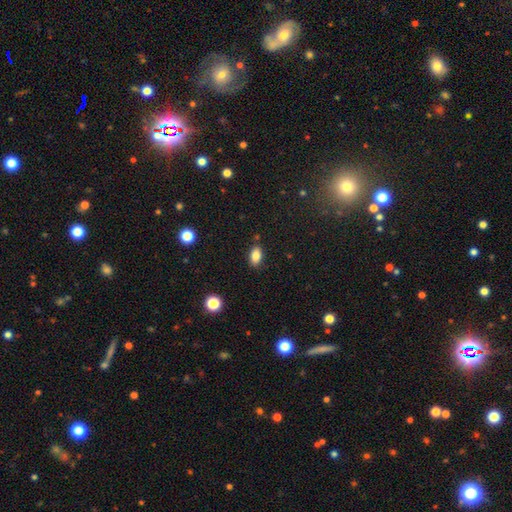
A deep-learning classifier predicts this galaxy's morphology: The model was most divided on "merging": none: 84%, minor disturbance: 11%, merger: 3%, major disturbance: 2%. More confident: how rounded — in between (89%); smooth or featured — smooth (84%).